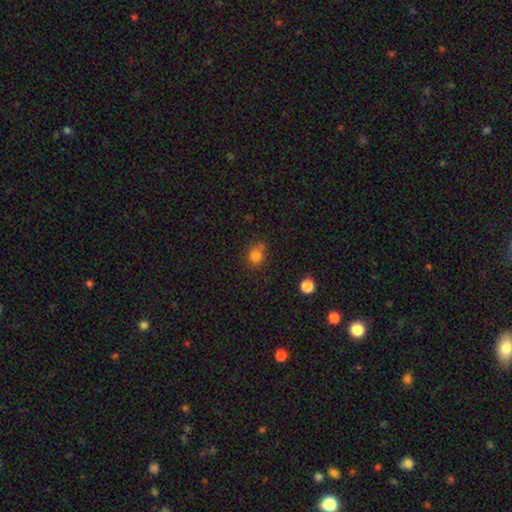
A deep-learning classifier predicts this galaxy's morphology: A smooth galaxy with no disk features (79%) that is round (80%). Merging: none (64%).